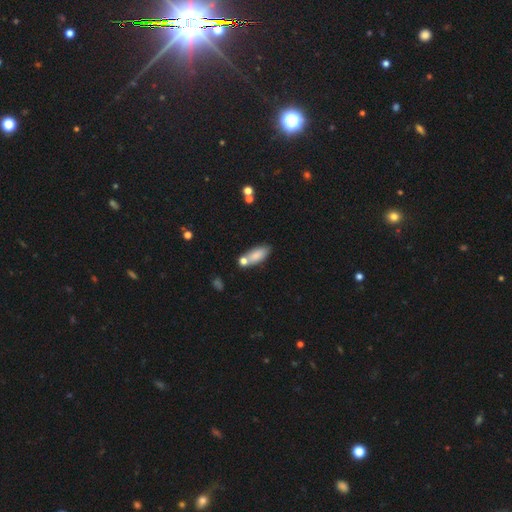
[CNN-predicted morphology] This appears to be a smooth galaxy with no disk features (80%) that is in between round and cigar-shaped (77%). Merging: none (60%).